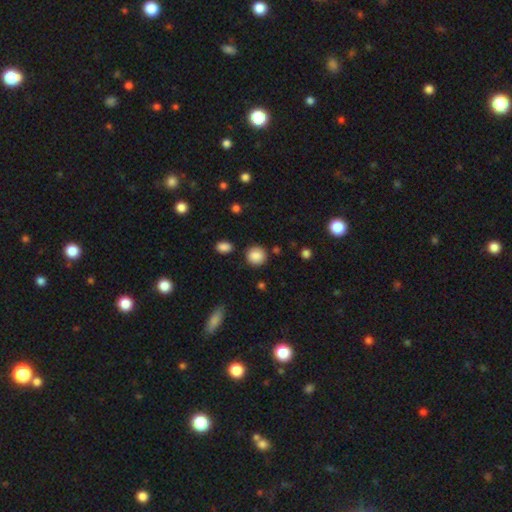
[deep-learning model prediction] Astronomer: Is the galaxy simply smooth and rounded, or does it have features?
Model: smooth — 87%.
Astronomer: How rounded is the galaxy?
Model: round — 87%.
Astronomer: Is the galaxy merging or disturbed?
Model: none — 85%.